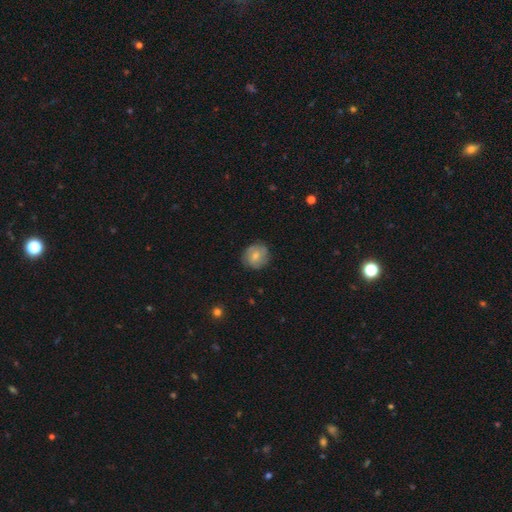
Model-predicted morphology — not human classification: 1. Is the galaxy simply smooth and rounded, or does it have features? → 59% smooth, 33% featured or disk, 8% star or artifact.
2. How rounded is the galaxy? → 83% round, 16% in between, 1% cigar-shaped.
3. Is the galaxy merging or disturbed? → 81% none, 15% minor disturbance, 4% major disturbance, 1% merger.